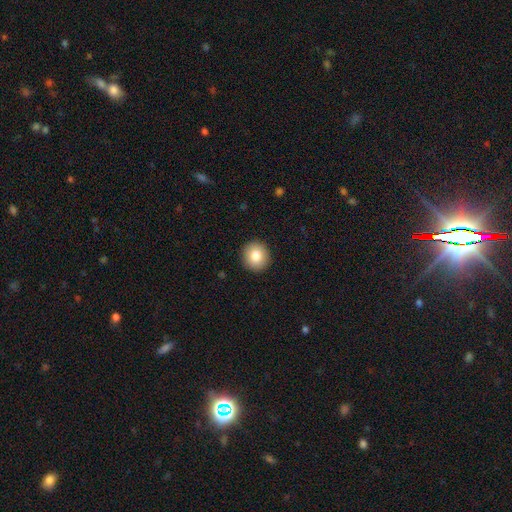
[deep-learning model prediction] Smooth or featured?
  - smooth: 82% *
  - featured or disk: 10%
  - star or artifact: 9%
How rounded?
  - round: 92% *
  - in between: 7%
  - cigar-shaped: 1%
Merging?
  - none: 93% *
  - minor disturbance: 5%
  - major disturbance: 2%
  - merger: 1%